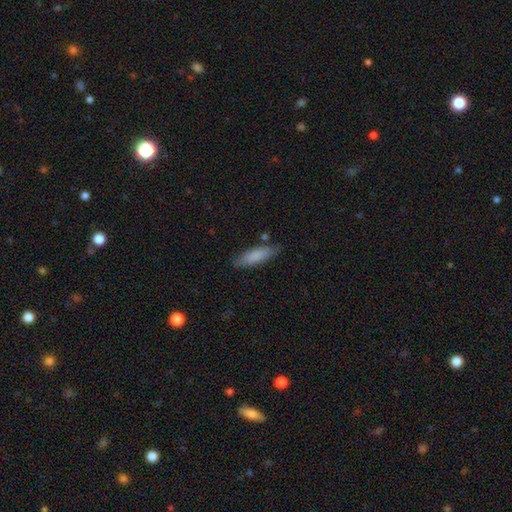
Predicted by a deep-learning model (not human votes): Q: Smooth or featured?
A: smooth (83%); runner-up: featured or disk (12%)
Q: How rounded?
A: cigar-shaped (51%); runner-up: in between (47%)
Q: Merging?
A: none (78%); runner-up: minor disturbance (16%)